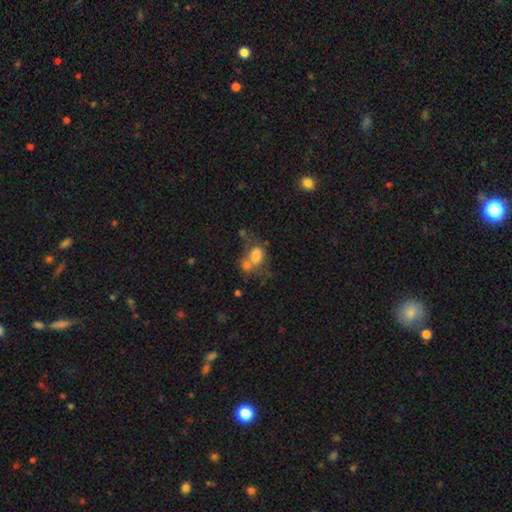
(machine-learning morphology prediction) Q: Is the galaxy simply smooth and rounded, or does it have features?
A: smooth — 70%.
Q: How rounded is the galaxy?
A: in between — 63%.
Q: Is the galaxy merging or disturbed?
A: merger — 48%.